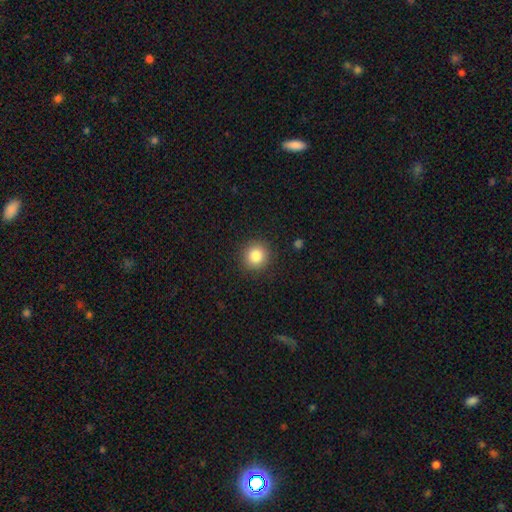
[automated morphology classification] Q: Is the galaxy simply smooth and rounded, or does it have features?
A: smooth — 84%.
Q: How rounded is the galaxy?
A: round — 92%.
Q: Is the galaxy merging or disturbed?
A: none — 91%.